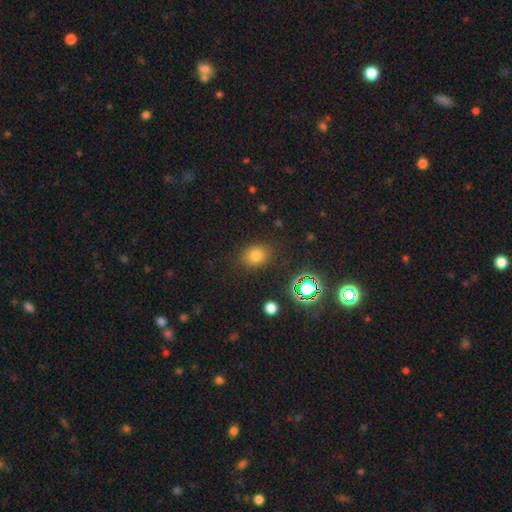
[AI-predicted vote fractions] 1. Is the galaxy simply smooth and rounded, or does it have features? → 76% smooth, 17% star or artifact, 7% featured or disk.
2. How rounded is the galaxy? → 51% round, 48% in between, 1% cigar-shaped.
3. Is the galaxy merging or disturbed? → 85% none, 10% minor disturbance, 3% major disturbance, 2% merger.